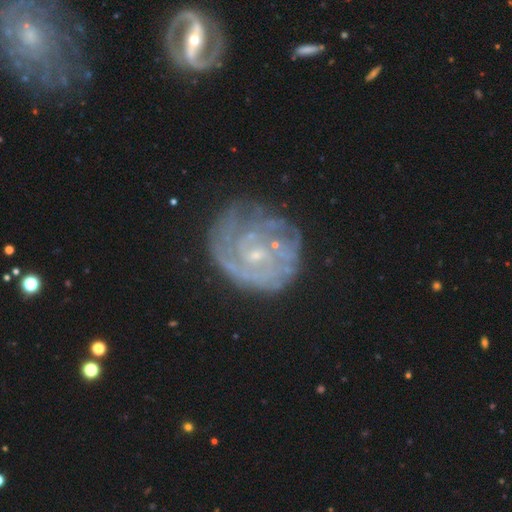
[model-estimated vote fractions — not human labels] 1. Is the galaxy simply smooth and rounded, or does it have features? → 80% featured or disk, 13% smooth, 8% star or artifact.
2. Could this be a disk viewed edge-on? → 98% no, 2% yes.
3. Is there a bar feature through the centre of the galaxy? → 62% no, 31% weak, 6% strong.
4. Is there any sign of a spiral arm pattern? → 84% yes, 16% no.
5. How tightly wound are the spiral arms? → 68% tight, 23% medium, 8% loose.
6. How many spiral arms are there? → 44% can't tell, 21% 2, 14% 3, 9% 1, 7% 4, 6% more than 4.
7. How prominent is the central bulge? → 76% small, 14% moderate, 9% none, 1% large, 1% dominant.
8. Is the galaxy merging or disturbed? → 61% none, 21% minor disturbance, 14% major disturbance, 4% merger.